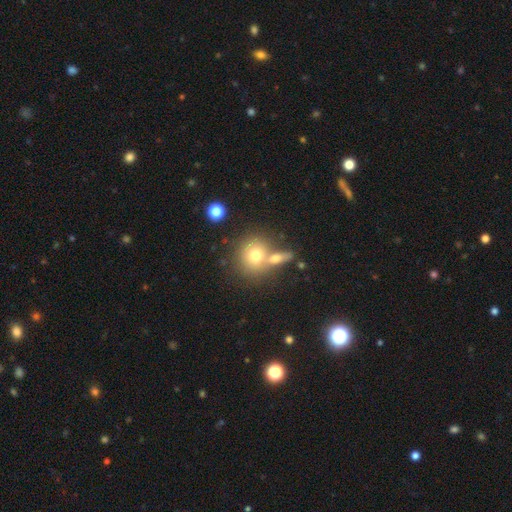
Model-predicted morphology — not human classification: smooth_or_featured: smooth (p=0.71) [alt: featured or disk p=0.18]
how_rounded: round (p=0.83) [alt: in between p=0.15]
merging: none (p=0.49) [alt: merger p=0.37]